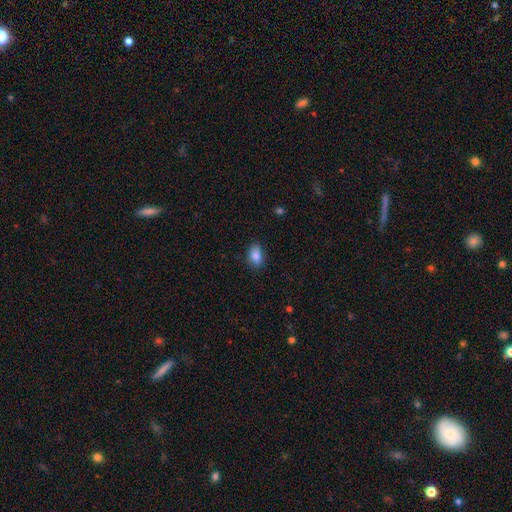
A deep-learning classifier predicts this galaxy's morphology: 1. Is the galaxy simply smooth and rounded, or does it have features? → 86% smooth, 8% star or artifact, 6% featured or disk.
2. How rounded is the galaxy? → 87% in between, 10% round, 2% cigar-shaped.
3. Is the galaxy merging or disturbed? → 84% none, 13% minor disturbance, 3% major disturbance, 1% merger.